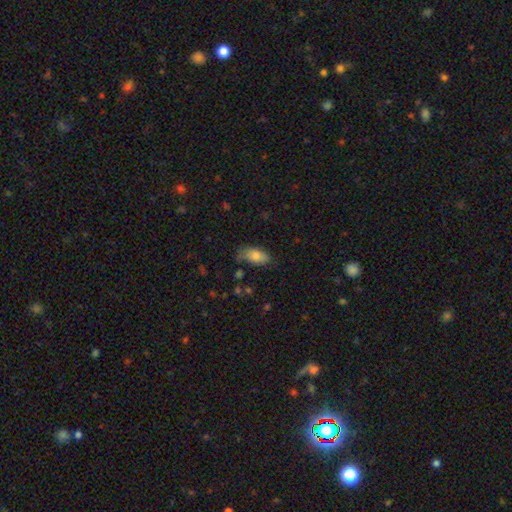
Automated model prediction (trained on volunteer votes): The model was most divided on "merging": none: 62%, minor disturbance: 28%, major disturbance: 7%, merger: 3%. More confident: how rounded — in between (91%); smooth or featured — smooth (80%).